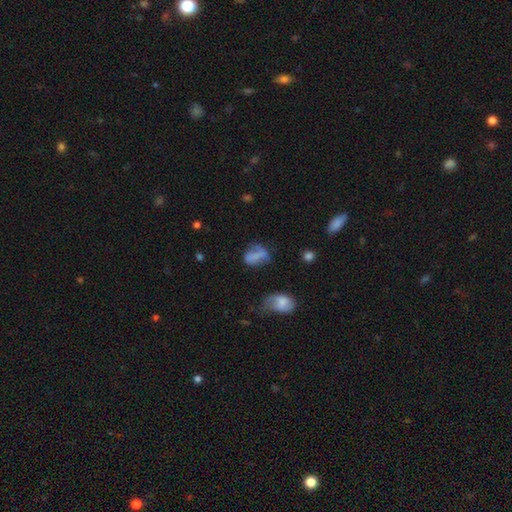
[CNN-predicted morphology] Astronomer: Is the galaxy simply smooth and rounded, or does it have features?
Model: smooth — 60%.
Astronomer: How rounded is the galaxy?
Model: in between — 74%.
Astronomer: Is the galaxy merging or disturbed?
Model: none — 41% (runner-up: minor disturbance, 26%).